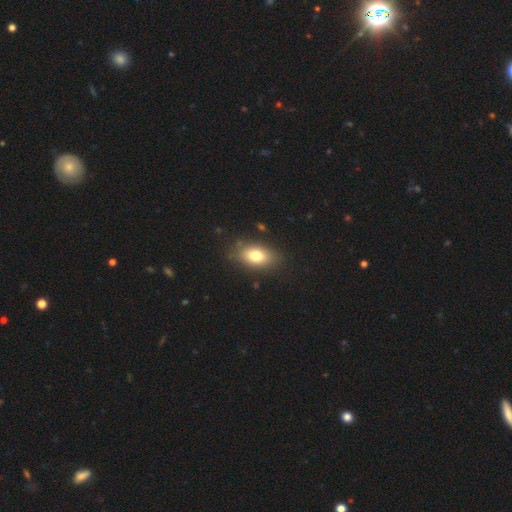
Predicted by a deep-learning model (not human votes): A smooth galaxy with no disk features (76%) that is in between round and cigar-shaped (87%). Merging: none (82%).